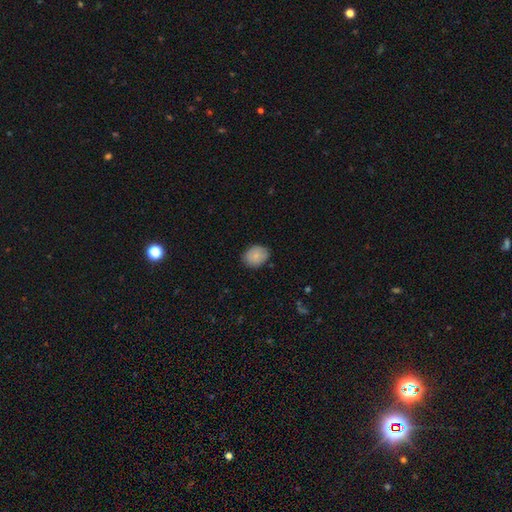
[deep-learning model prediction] This appears to be a smooth galaxy with no disk features (84%) that is round (50%). Merging: none (81%).